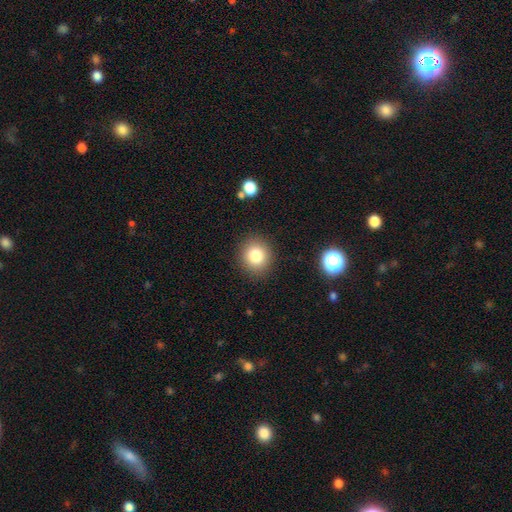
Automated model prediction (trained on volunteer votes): This is clearly a smooth galaxy (81%). How rounded: clearly round (81%). Merging: clearly none (89%).